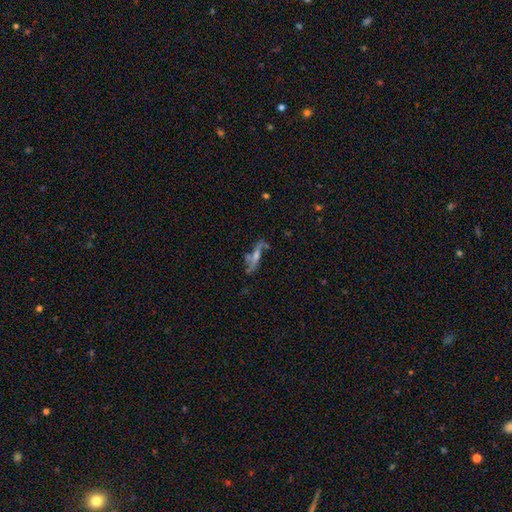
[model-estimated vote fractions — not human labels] Overall: featured or disk (65%). Edge-on disk: no (53%; yes 47%). Merging: none (58%; minor disturbance 20%).